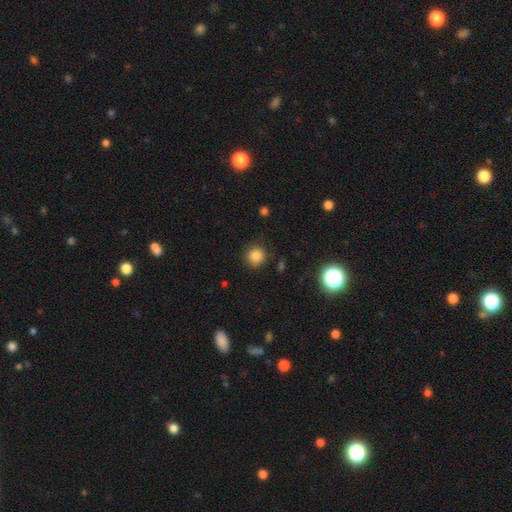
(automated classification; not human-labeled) smooth 83%, star or artifact 13%, featured or disk 5%. Down the decision tree: how rounded — round (90%); merging — none (85%).